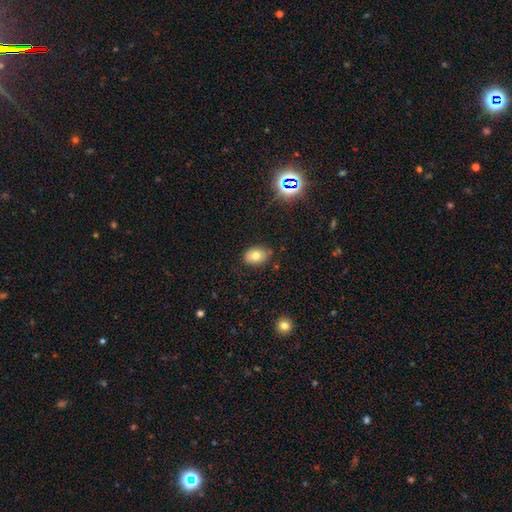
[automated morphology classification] Smooth or featured? Predicted: smooth (p=0.76). How rounded? Predicted: in between (p=0.74). Merging? Predicted: none (p=0.81).